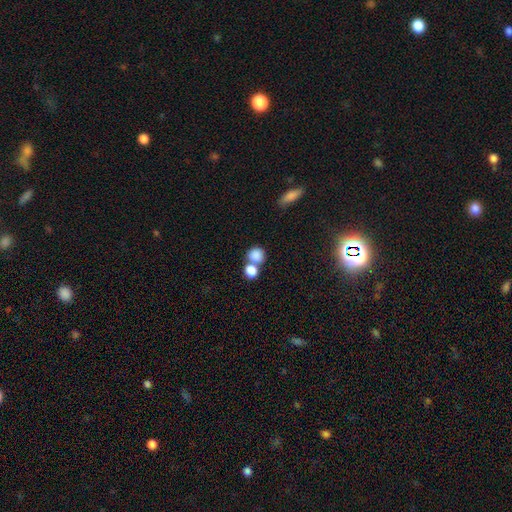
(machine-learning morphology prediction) Q: Smooth or featured?
A: smooth (83%); runner-up: star or artifact (10%)
Q: How rounded?
A: round (82%); runner-up: in between (17%)
Q: Merging?
A: none (50%); runner-up: merger (38%)